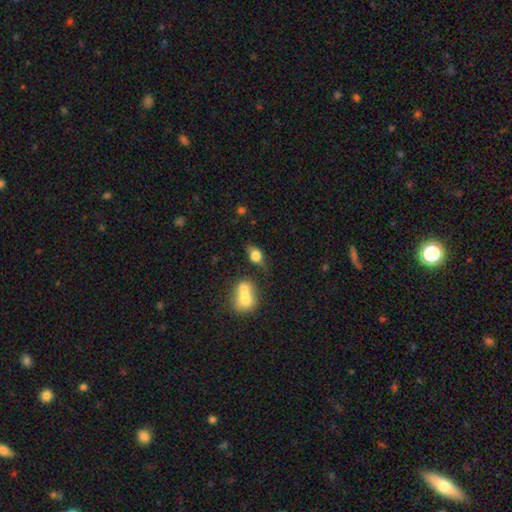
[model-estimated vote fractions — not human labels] Smooth or featured? smooth (70%)
How rounded? in between (66%)
Merging? none (55%)